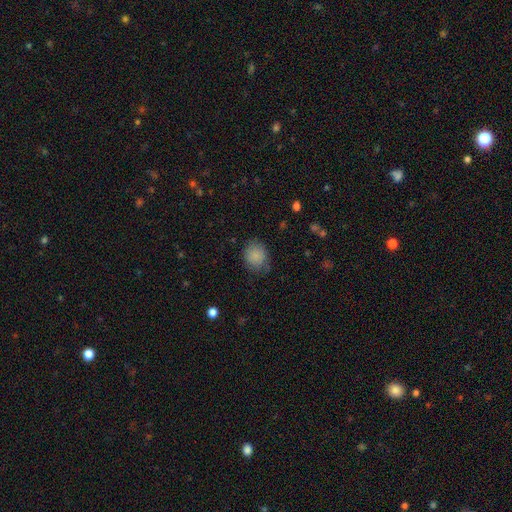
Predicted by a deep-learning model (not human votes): A smooth galaxy with no disk features (85%) that is round (70%).

Vote fractions:
- Smooth or featured? smooth: 85% / star or artifact: 9% / featured or disk: 6%
- How rounded? round: 70% / in between: 29% / cigar-shaped: 1%
- Merging? none: 72% / minor disturbance: 21% / major disturbance: 6% / merger: 1%